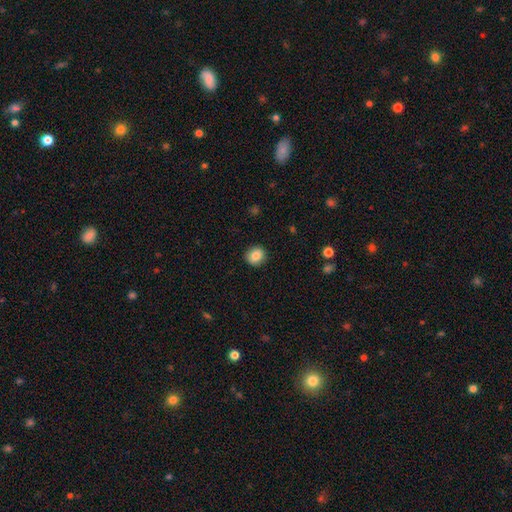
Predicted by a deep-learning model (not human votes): smooth 84%, star or artifact 9%, featured or disk 7%. Down the decision tree: how rounded — round (87%); merging — none (91%).